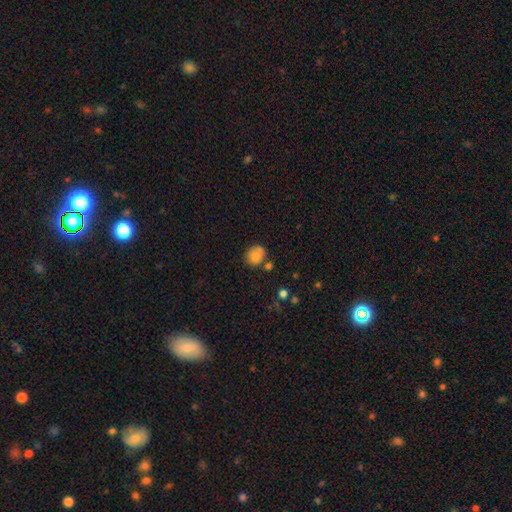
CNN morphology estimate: Smooth or featured? smooth (78%)
How rounded? round (76%)
Merging? none (63%)